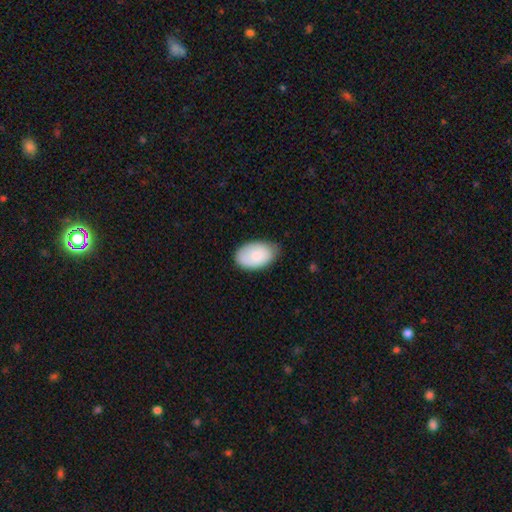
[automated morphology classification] A smooth galaxy with no disk features (83%) that is in between round and cigar-shaped (93%).

Vote fractions:
- Smooth or featured? smooth: 83% / featured or disk: 11% / star or artifact: 6%
- How rounded? in between: 93% / round: 6% / cigar-shaped: 1%
- Merging? none: 71% / minor disturbance: 24% / major disturbance: 4% / merger: 1%